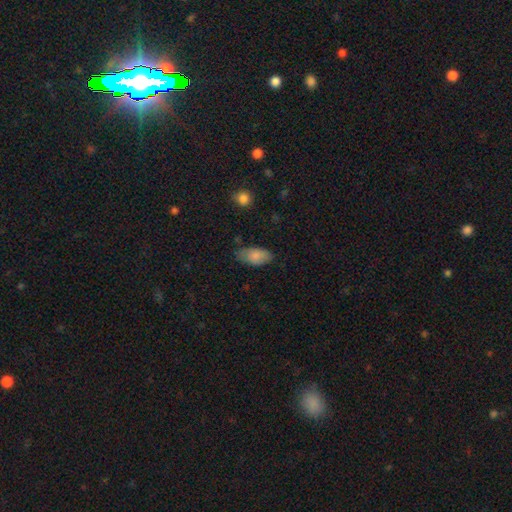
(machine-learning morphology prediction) Smooth or featured? Predicted: smooth (p=0.83). How rounded? Predicted: in between (p=0.93). Merging? Predicted: none (p=0.70).